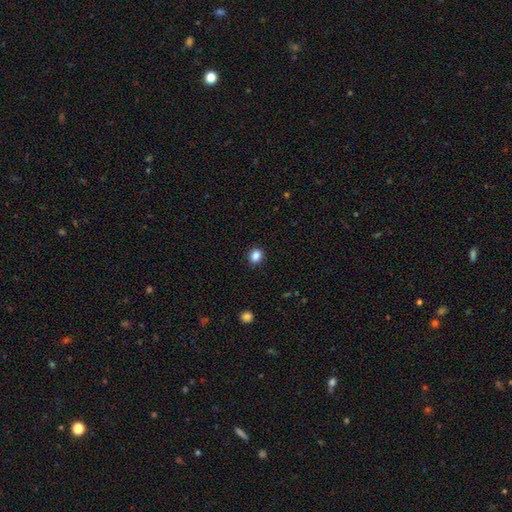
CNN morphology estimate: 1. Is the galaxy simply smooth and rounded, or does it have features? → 86% smooth, 10% star or artifact, 4% featured or disk.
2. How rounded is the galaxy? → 59% round, 40% in between, 1% cigar-shaped.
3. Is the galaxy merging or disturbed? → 88% none, 9% minor disturbance, 2% major disturbance, 1% merger.